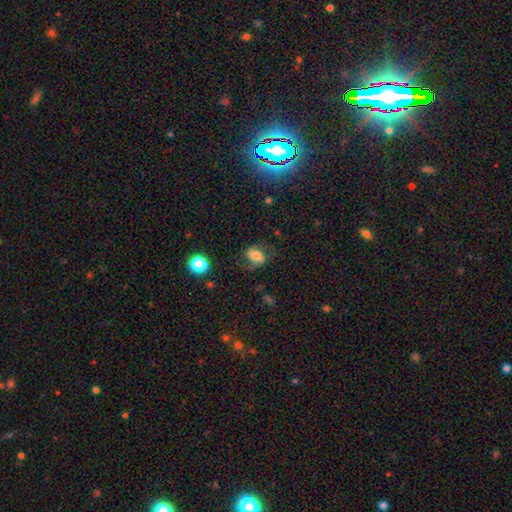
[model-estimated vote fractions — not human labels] Smooth or featured?
  - smooth: 50% *
  - featured or disk: 38%
  - star or artifact: 12%
How rounded?
  - in between: 74% *
  - round: 24%
  - cigar-shaped: 2%
Merging?
  - none: 62% *
  - minor disturbance: 21%
  - major disturbance: 16%
  - merger: 2%